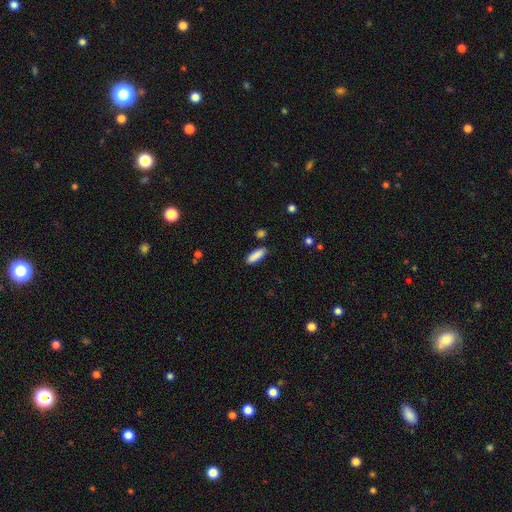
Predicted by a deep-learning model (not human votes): smooth-or-featured: smooth: 89% | star or artifact: 7% | featured or disk: 5%
  how-rounded: in between: 52% | cigar-shaped: 47% | round: 2%
  merging: none: 85% | minor disturbance: 10% | merger: 3% | major disturbance: 2%